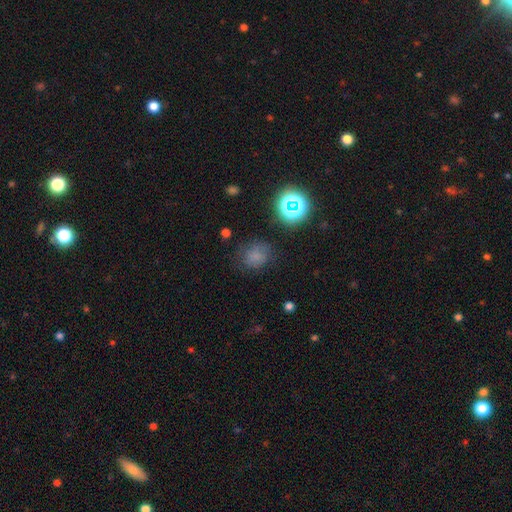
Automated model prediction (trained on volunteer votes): A smooth galaxy with no disk features (68%) that is round (73%).

Vote fractions:
- Smooth or featured? smooth: 68% / star or artifact: 23% / featured or disk: 9%
- How rounded? round: 73% / in between: 26% / cigar-shaped: 1%
- Merging? none: 71% / minor disturbance: 19% / major disturbance: 8% / merger: 2%